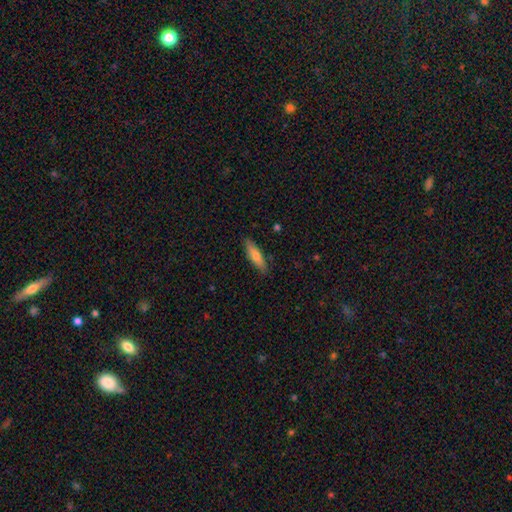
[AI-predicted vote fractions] A smooth galaxy with no disk features (69%) that is cigar-shaped (70%). Merging: none (87%).